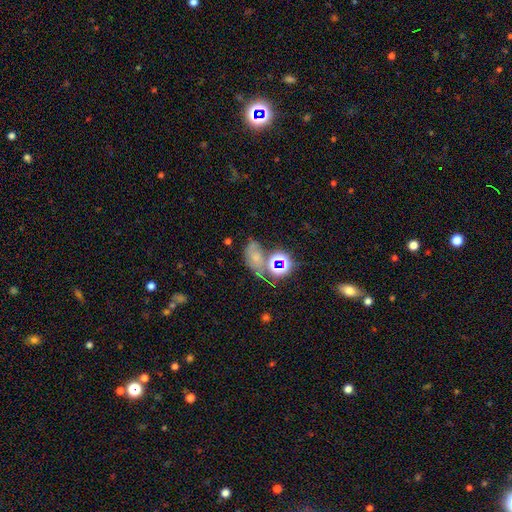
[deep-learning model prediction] This is marginally a smooth galaxy (40%). Merging: marginally none (39%).